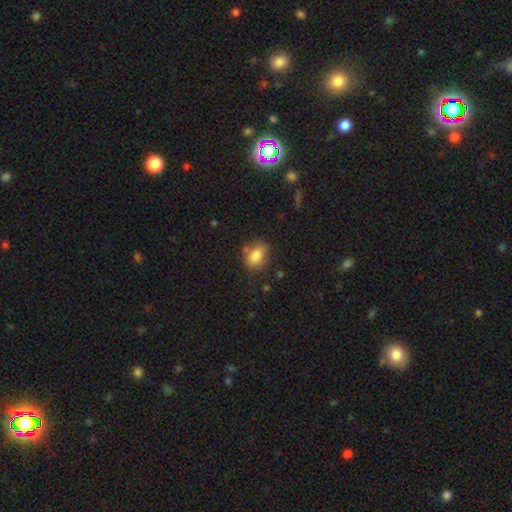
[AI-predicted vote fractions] Overall: smooth (83%). How rounded: in between (73%). Merging: none (67%).